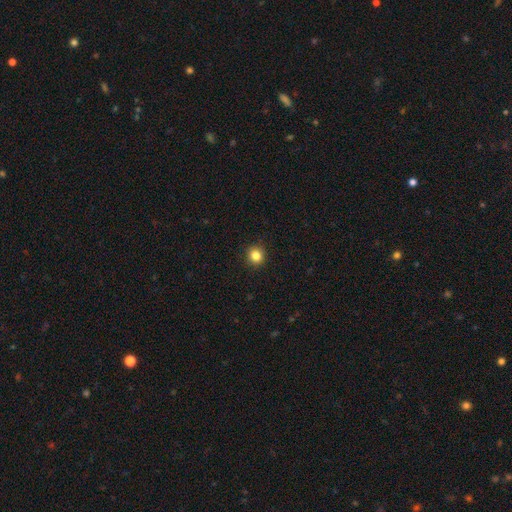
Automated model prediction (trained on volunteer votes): Morphology: type=smooth (84%); roundness=round (89%); merging=none (92%).